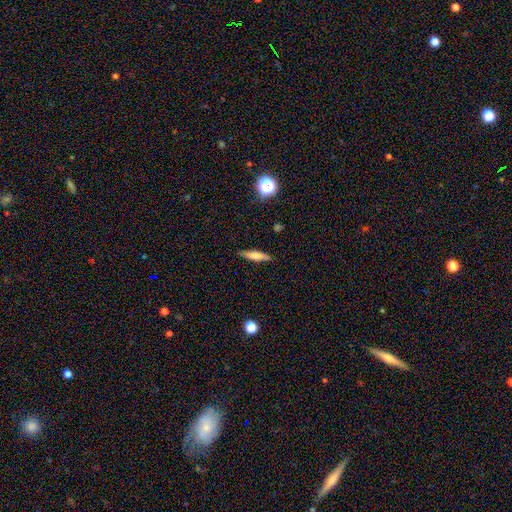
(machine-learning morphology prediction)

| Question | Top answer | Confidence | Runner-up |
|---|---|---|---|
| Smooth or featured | smooth | 68% | featured or disk (24%) |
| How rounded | cigar-shaped | 79% | in between (19%) |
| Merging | none | 87% | minor disturbance (10%) |